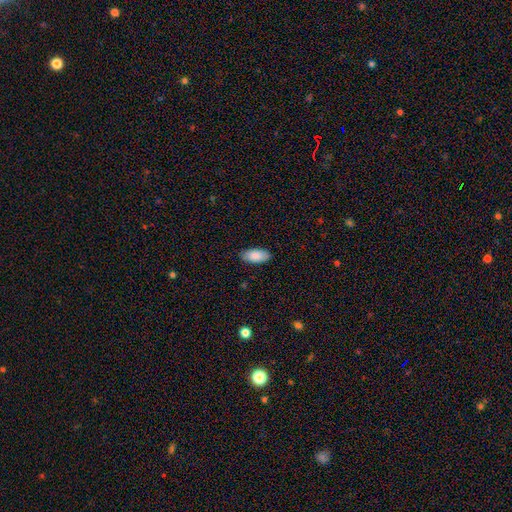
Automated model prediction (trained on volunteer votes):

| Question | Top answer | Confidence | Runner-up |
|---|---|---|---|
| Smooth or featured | smooth | 88% | featured or disk (6%) |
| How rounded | in between | 93% | cigar-shaped (5%) |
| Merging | none | 87% | minor disturbance (10%) |